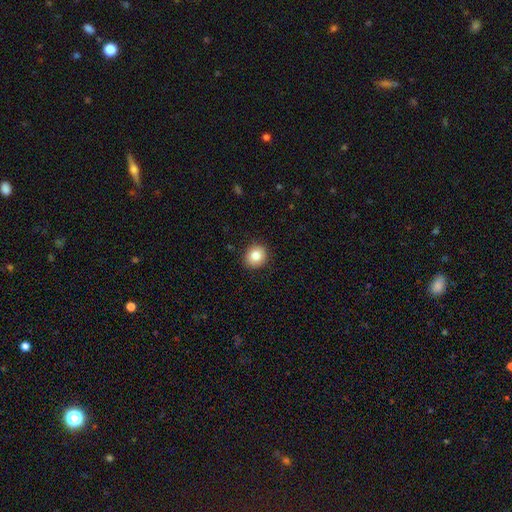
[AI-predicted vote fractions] smooth 82%, star or artifact 9%, featured or disk 9%. Down the decision tree: how rounded — round (81%); merging — none (90%).